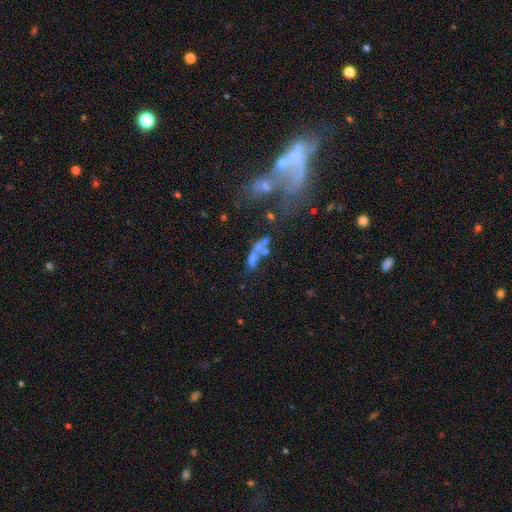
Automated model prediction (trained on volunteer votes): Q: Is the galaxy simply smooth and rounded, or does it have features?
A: featured or disk — 43%.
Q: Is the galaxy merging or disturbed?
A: merger — 43%.